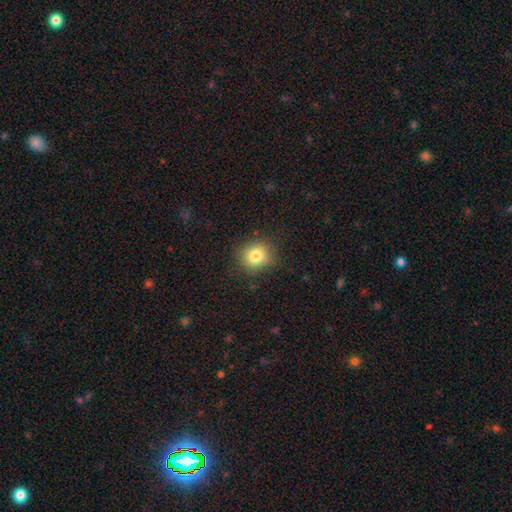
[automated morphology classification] Smooth or featured: smooth — 81% (star or artifact — 11%)
How rounded: round — 80% (in between — 19%)
Merging: none — 86% (minor disturbance — 10%)